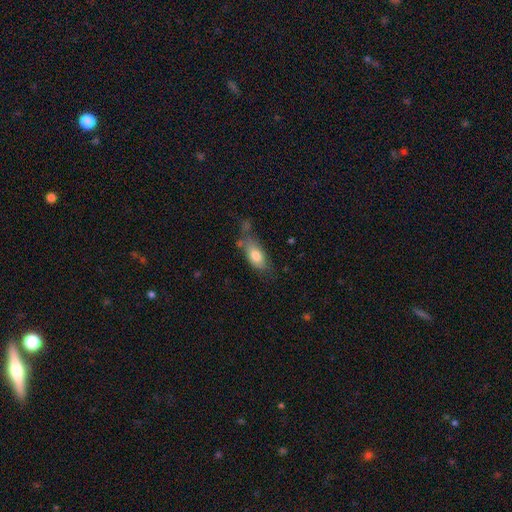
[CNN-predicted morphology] This appears to be a smooth galaxy with no disk features (77%) that is in between round and cigar-shaped (87%). Merging: none (52%).